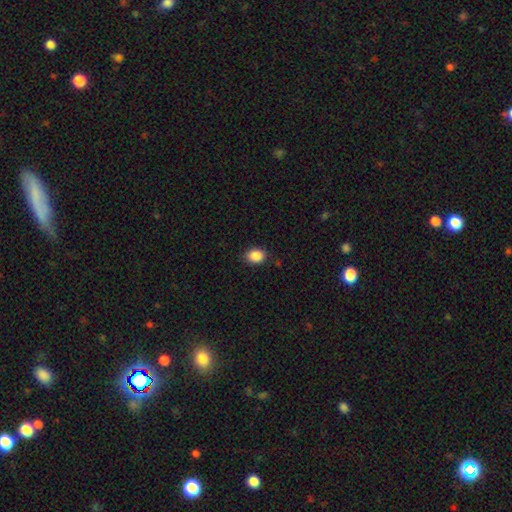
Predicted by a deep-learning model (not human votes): This appears to be a smooth galaxy with no disk features (88%) that is in between round and cigar-shaped (64%). Merging: none (86%).